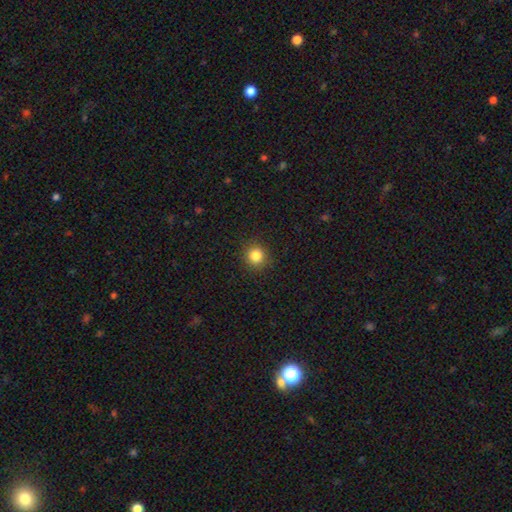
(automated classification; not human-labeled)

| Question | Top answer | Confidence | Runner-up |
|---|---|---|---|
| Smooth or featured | smooth | 84% | star or artifact (11%) |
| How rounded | round | 92% | in between (7%) |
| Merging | none | 91% | minor disturbance (6%) |